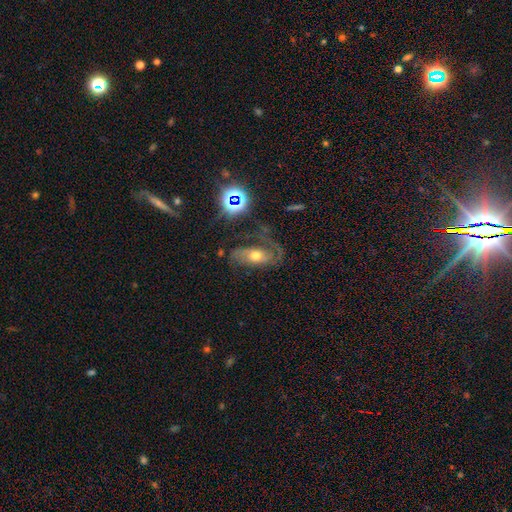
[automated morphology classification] This appears to be a featured or disk galaxy (63%) with no bar (71%), spiral arms (83%) and a moderate central bulge (71%). Merging: none (44%).